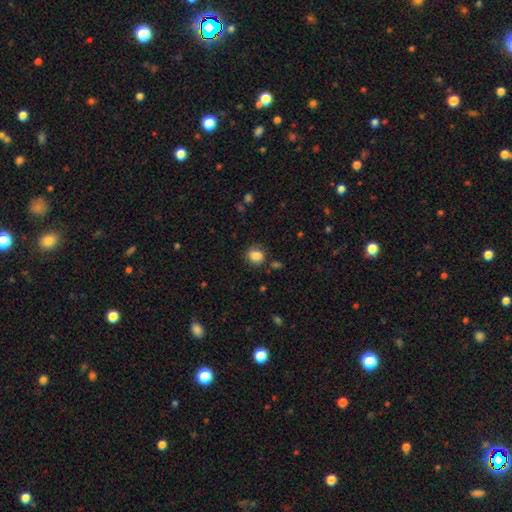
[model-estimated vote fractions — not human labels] The model was most divided on "how rounded": round: 80%, in between: 19%, cigar-shaped: 1%. More confident: smooth or featured — smooth (84%); merging — none (81%).